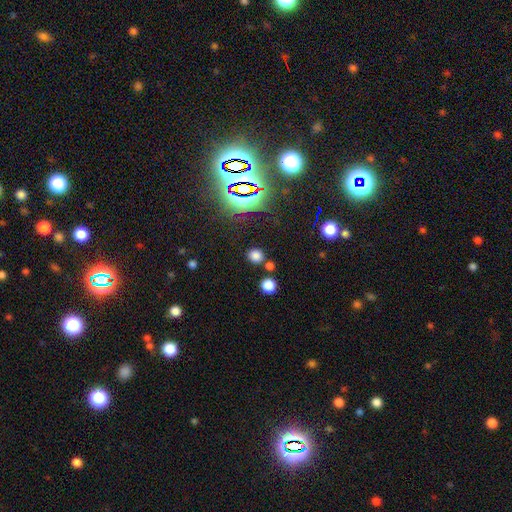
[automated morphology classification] This is likely a smooth galaxy (70%). How rounded: likely round (79%). Merging: likely none (78%).